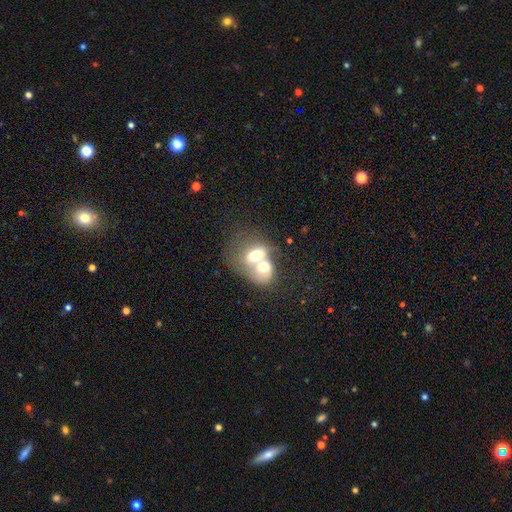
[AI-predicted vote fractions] The model was most divided on "how rounded": in between: 61%, round: 37%, cigar-shaped: 1%. More confident: merging — merger (78%); smooth or featured — smooth (60%).